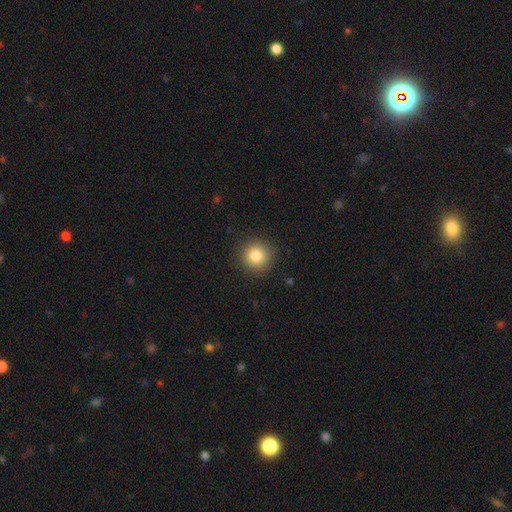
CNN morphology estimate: Smooth or featured? smooth (84%)
How rounded? round (93%)
Merging? none (90%)